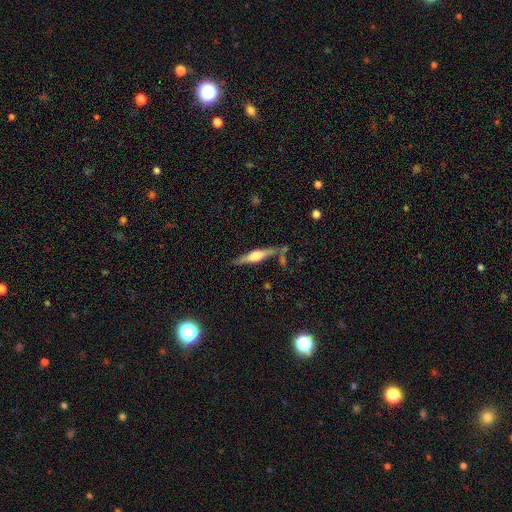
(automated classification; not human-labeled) A featured or disk galaxy (66%) viewed edge-on (96%) with a rounded central bulge (83%). Merging: none (76%).